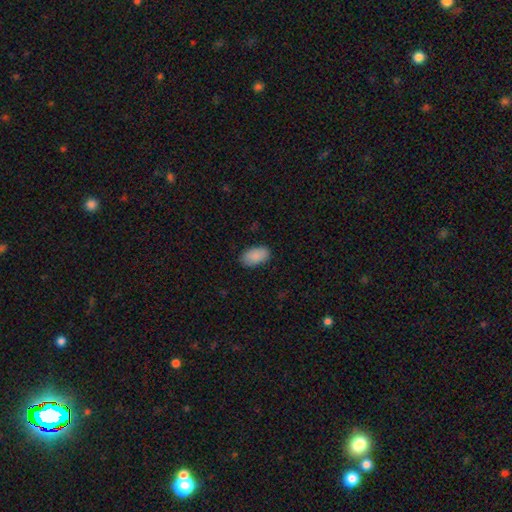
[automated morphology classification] type=smooth (90%); roundness=in between (95%); merging=none (86%).